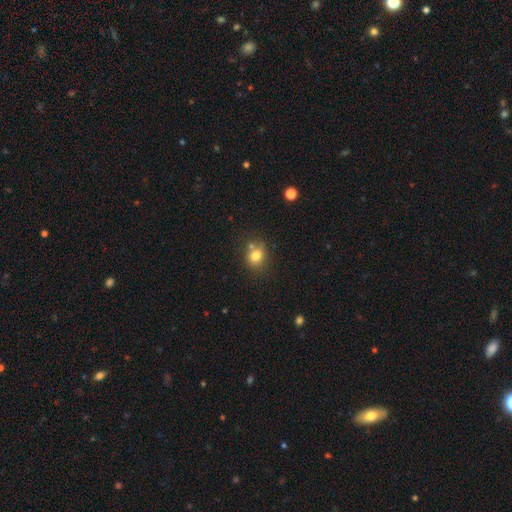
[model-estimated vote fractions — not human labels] Morphology: type=smooth (78%); roundness=round (64%); merging=none (61%).